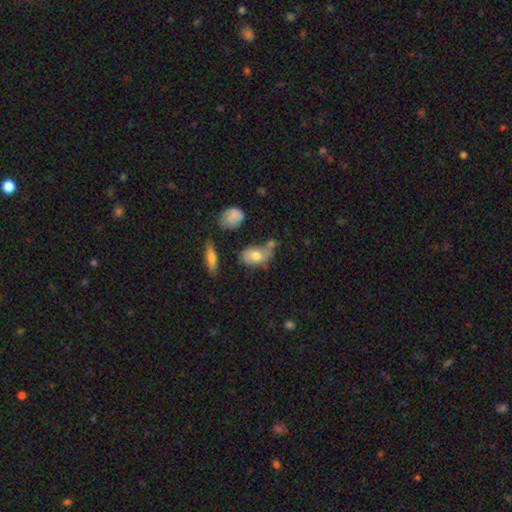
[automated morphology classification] Q: Smooth or featured?
A: smooth (69%); runner-up: featured or disk (22%)
Q: How rounded?
A: in between (83%); runner-up: round (13%)
Q: Merging?
A: none (37%); runner-up: minor disturbance (28%)